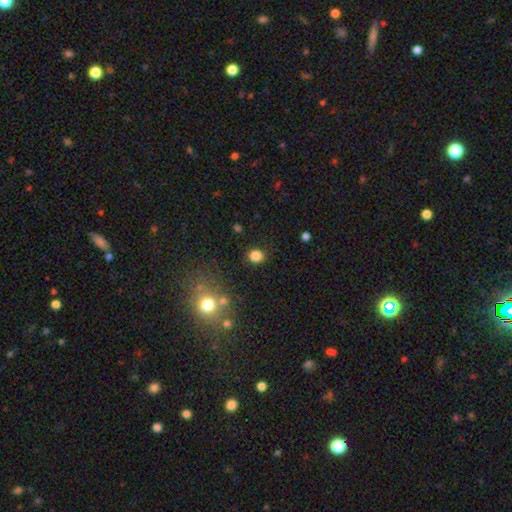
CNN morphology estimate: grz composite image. It shows a smooth galaxy with no disk features (84%) that is round (76%). Merging: none (87%).